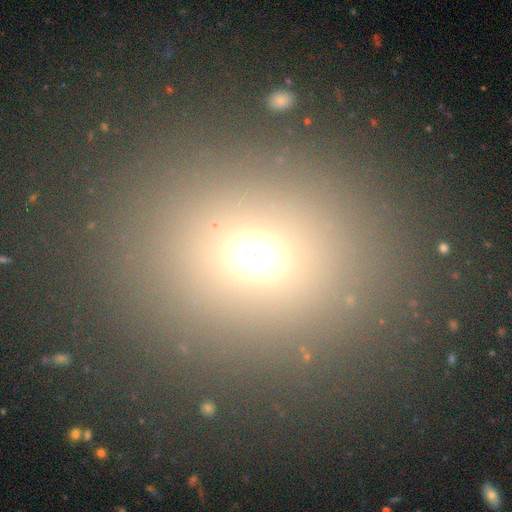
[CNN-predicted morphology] smooth 62%, star or artifact 25%, featured or disk 13%. Down the decision tree: how rounded — round (69%); merging — none (84%).